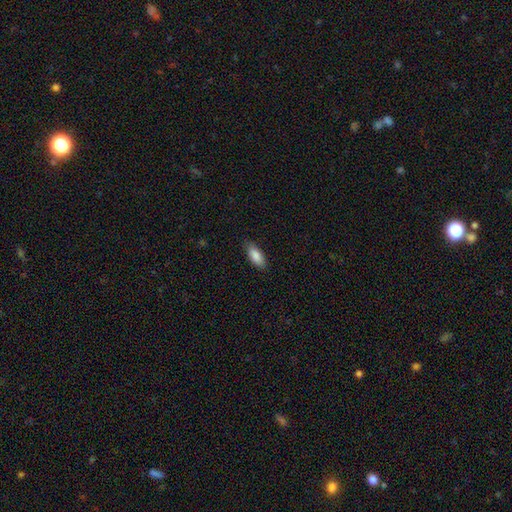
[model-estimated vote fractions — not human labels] Morphology: type=smooth (88%); roundness=in between (82%); merging=none (83%).